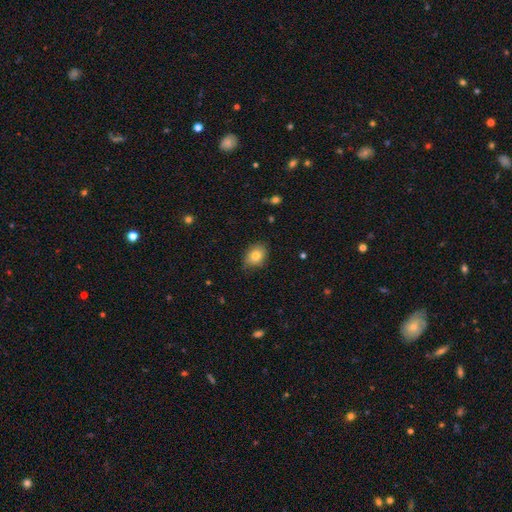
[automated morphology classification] The model was most divided on "how rounded": in between: 56%, round: 43%, cigar-shaped: 1%. More confident: smooth or featured — smooth (79%); merging — none (69%).